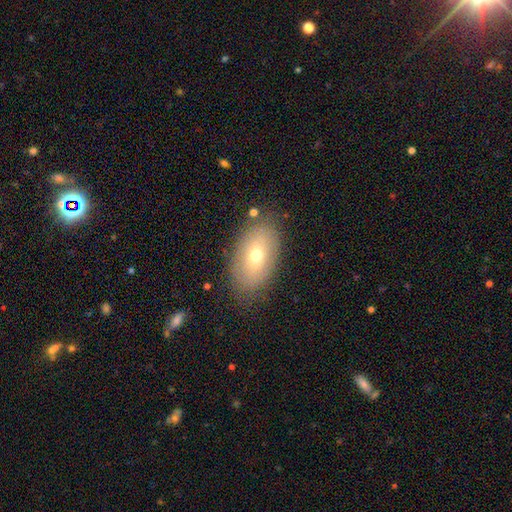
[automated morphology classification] smooth-or-featured: smooth: 64% | featured or disk: 26% | star or artifact: 9%
  how-rounded: in between: 91% | round: 7% | cigar-shaped: 2%
  merging: none: 82% | minor disturbance: 12% | major disturbance: 4% | merger: 2%